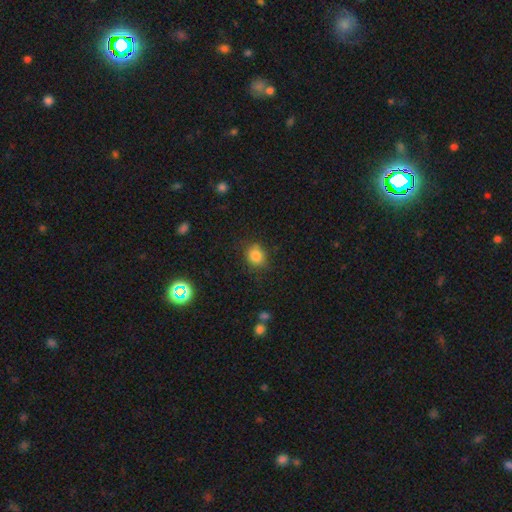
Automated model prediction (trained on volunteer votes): Q: Smooth or featured?
A: smooth (83%); runner-up: star or artifact (11%)
Q: How rounded?
A: round (64%); runner-up: in between (35%)
Q: Merging?
A: none (78%); runner-up: minor disturbance (16%)